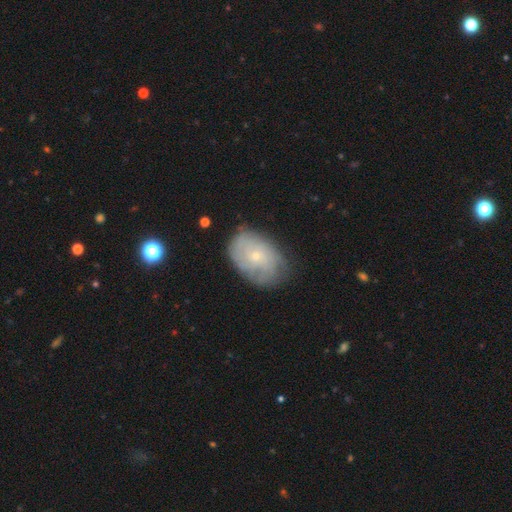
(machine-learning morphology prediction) smooth-or-featured: featured or disk: 49% | smooth: 42% | star or artifact: 8%
  merging: none: 64% | minor disturbance: 26% | major disturbance: 9% | merger: 2%